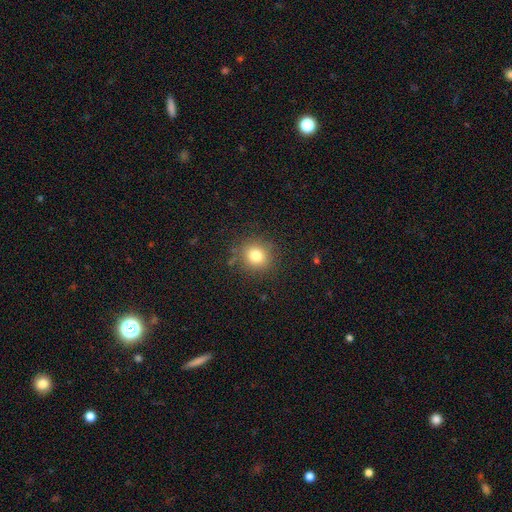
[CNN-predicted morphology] Smooth or featured?
  - smooth: 79% *
  - star or artifact: 13%
  - featured or disk: 8%
How rounded?
  - round: 87% *
  - in between: 12%
  - cigar-shaped: 1%
Merging?
  - none: 86% *
  - minor disturbance: 9%
  - major disturbance: 3%
  - merger: 2%